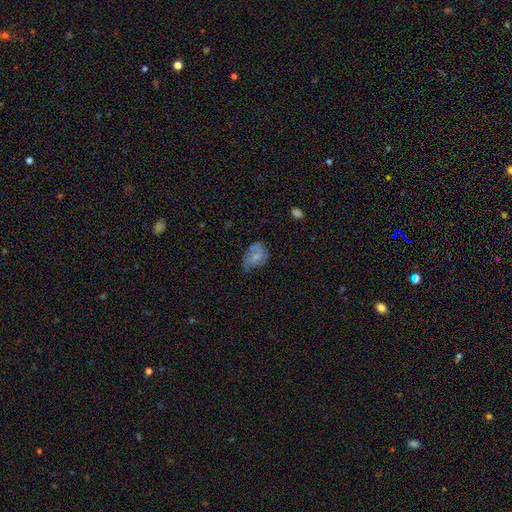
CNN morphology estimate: smooth-or-featured: smooth: 48% | featured or disk: 43% | star or artifact: 8%
  merging: none: 40% | minor disturbance: 36% | major disturbance: 21% | merger: 3%